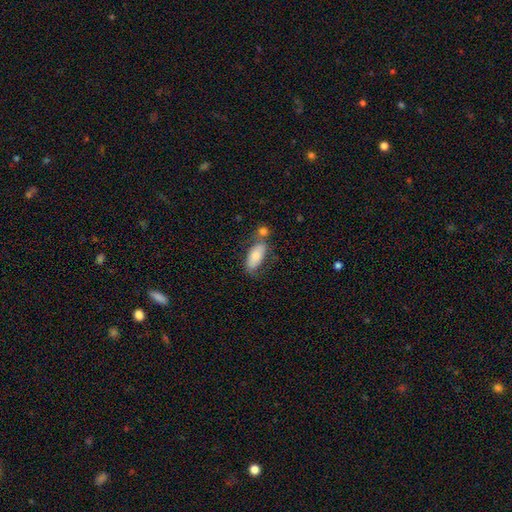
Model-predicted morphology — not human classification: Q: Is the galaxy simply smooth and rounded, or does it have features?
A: smooth — 74%.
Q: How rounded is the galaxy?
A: in between — 84%.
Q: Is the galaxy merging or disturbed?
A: none — 52%.